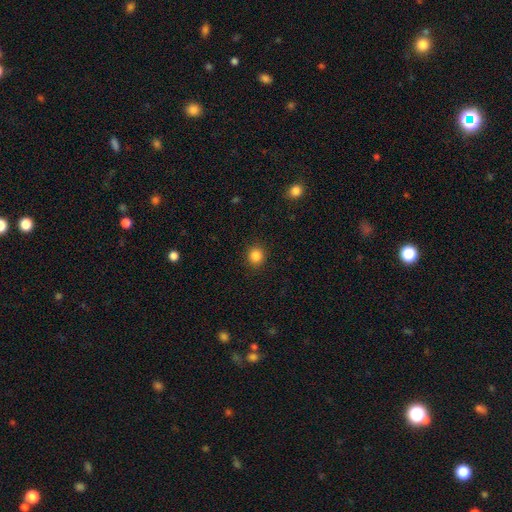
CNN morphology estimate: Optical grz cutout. It shows a smooth galaxy with no disk features (85%) that is round (87%). Merging: none (91%).